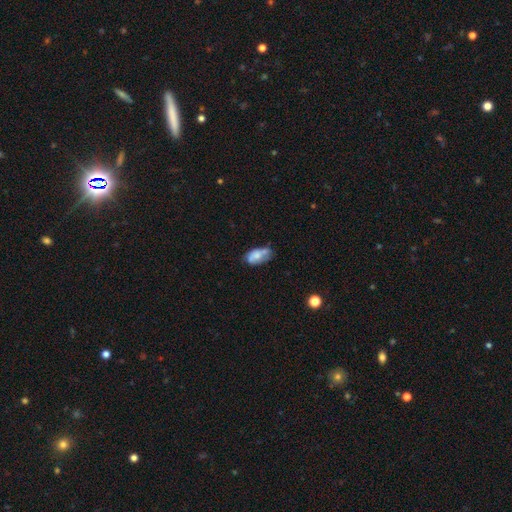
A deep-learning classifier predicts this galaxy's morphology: Smooth or featured: smooth — 62% (featured or disk — 30%)
How rounded: in between — 91% (round — 5%)
Merging: none — 41% (minor disturbance — 33%)